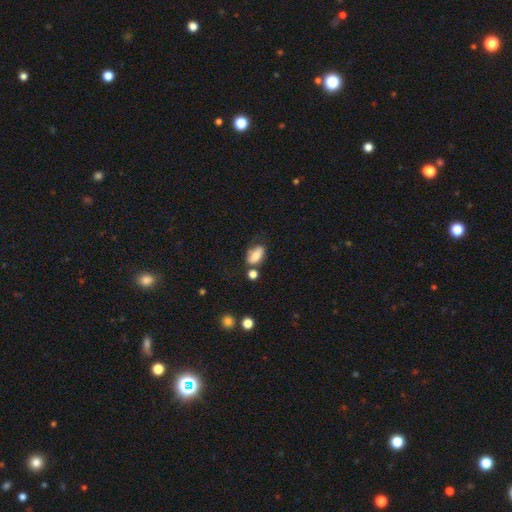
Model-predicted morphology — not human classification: smooth-or-featured: smooth: 74% | featured or disk: 17% | star or artifact: 8%
  how-rounded: in between: 89% | round: 7% | cigar-shaped: 4%
  merging: none: 53% | minor disturbance: 25% | merger: 13% | major disturbance: 9%